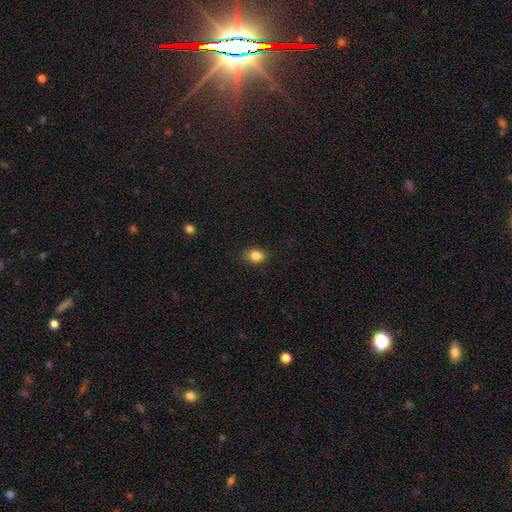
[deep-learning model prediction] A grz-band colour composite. It shows a smooth galaxy with no disk features (84%) that is round (53%). Merging: none (78%).